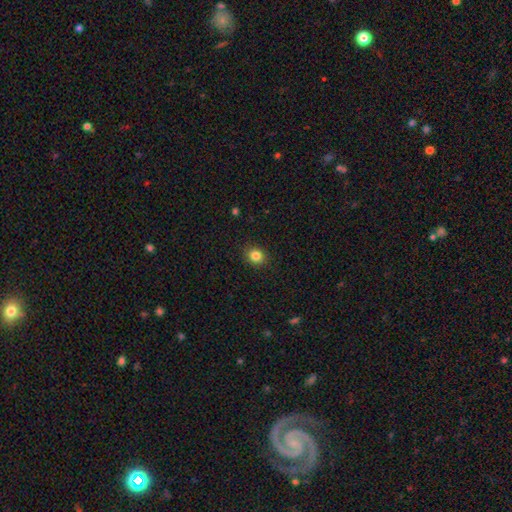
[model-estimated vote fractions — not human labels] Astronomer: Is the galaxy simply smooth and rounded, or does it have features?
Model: smooth — 84%.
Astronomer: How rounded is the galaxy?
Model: round — 73%.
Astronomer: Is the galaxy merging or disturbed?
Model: none — 90%.